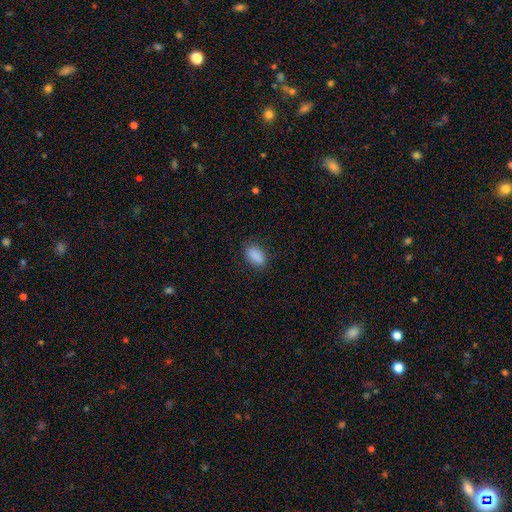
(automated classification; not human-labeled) Smooth or featured: smooth — 88% (star or artifact — 8%)
How rounded: in between — 88% (round — 8%)
Merging: none — 82% (minor disturbance — 14%)